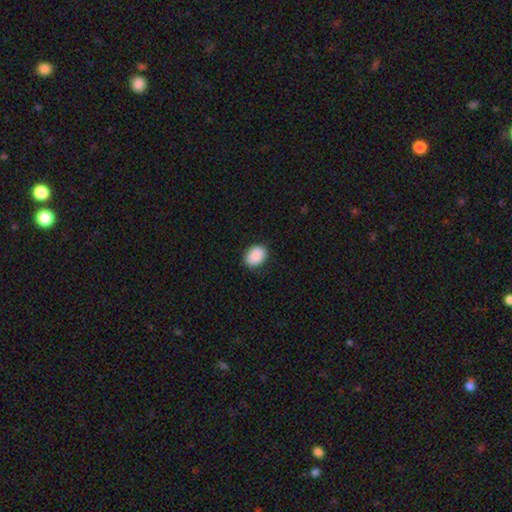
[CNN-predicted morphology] smooth 91%, star or artifact 7%, featured or disk 3%. Down the decision tree: how rounded — in between (69%); merging — none (85%).